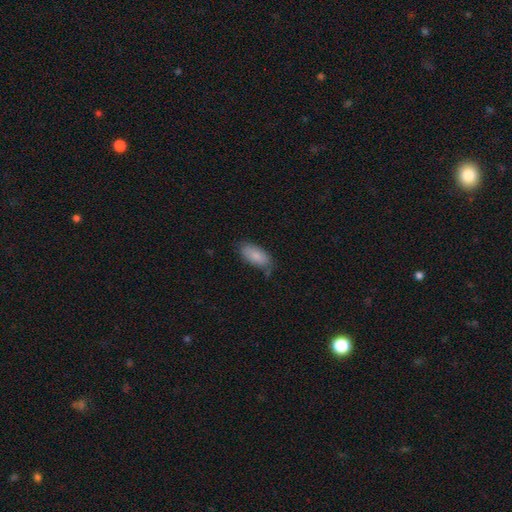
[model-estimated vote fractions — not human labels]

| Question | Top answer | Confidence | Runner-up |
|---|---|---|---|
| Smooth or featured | smooth | 86% | featured or disk (8%) |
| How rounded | in between | 89% | cigar-shaped (9%) |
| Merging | none | 71% | minor disturbance (22%) |